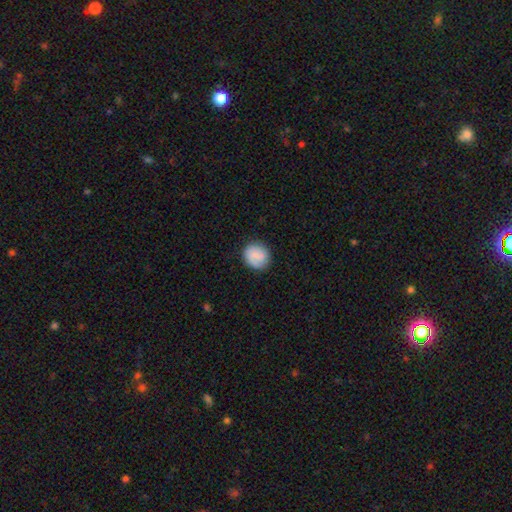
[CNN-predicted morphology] This appears to be a smooth galaxy with no disk features (77%) that is round (81%). Merging: none (82%).